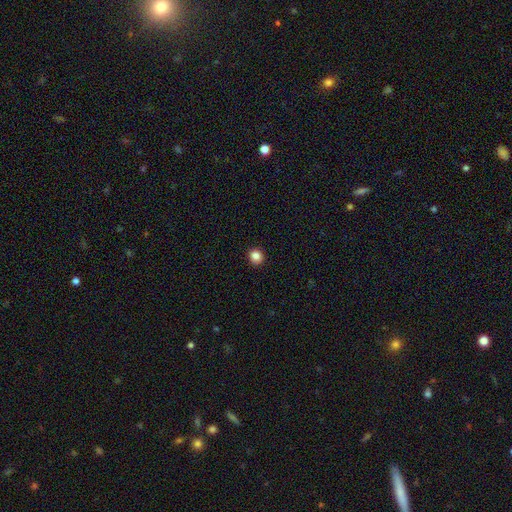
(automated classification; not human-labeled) Smooth or featured?
  - smooth: 84% *
  - star or artifact: 11%
  - featured or disk: 4%
How rounded?
  - round: 87% *
  - in between: 12%
  - cigar-shaped: 1%
Merging?
  - none: 93% *
  - minor disturbance: 5%
  - major disturbance: 2%
  - merger: 1%